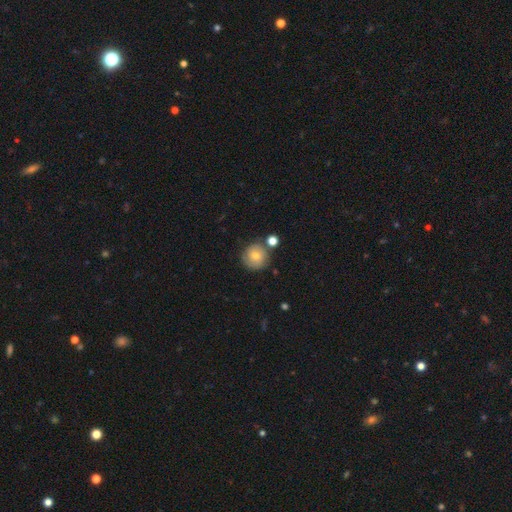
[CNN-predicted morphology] The model was most divided on "smooth or featured": smooth: 68%, featured or disk: 23%, star or artifact: 9%. More confident: how rounded — round (93%); merging — none (75%).